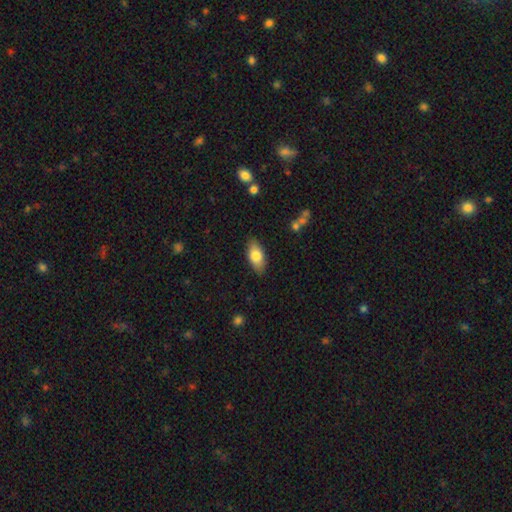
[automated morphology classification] A smooth galaxy with no disk features (78%) that is in between round and cigar-shaped (88%). Merging: none (84%).